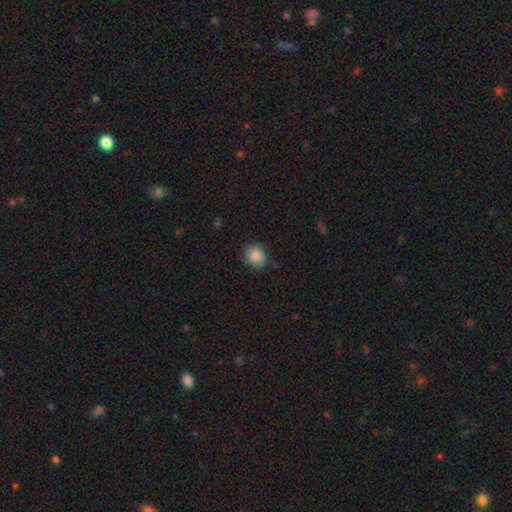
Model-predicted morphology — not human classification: Smooth or featured? Predicted: smooth (p=0.87). How rounded? Predicted: round (p=0.87). Merging? Predicted: none (p=0.82).